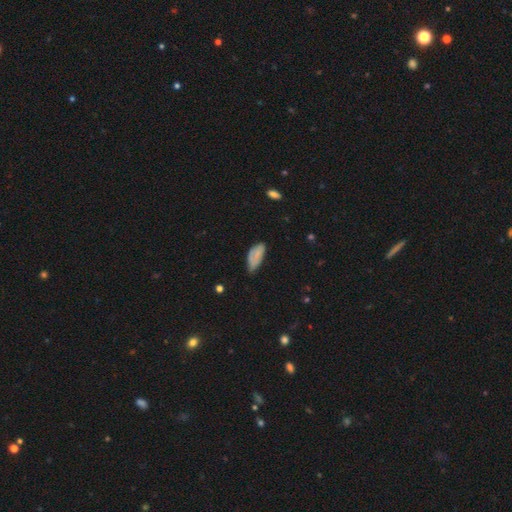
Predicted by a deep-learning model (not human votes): A smooth galaxy with no disk features (75%) that is in between round and cigar-shaped (88%).

Vote fractions:
- Smooth or featured? smooth: 75% / featured or disk: 17% / star or artifact: 8%
- How rounded? in between: 88% / cigar-shaped: 10% / round: 2%
- Merging? minor disturbance: 44% / none: 41% / major disturbance: 13% / merger: 3%